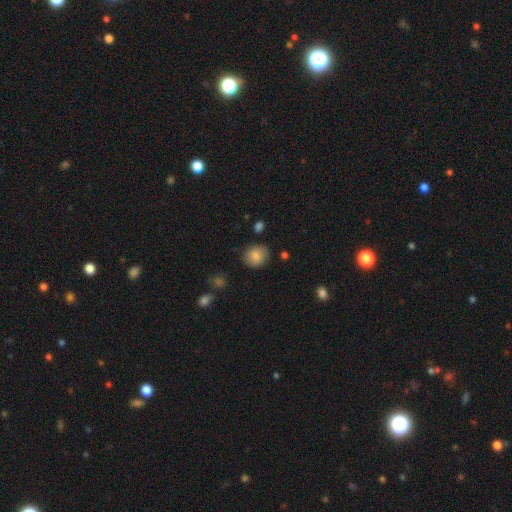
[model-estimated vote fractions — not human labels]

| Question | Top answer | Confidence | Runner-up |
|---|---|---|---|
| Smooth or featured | smooth | 85% | star or artifact (8%) |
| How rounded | round | 69% | in between (30%) |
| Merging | none | 83% | minor disturbance (12%) |